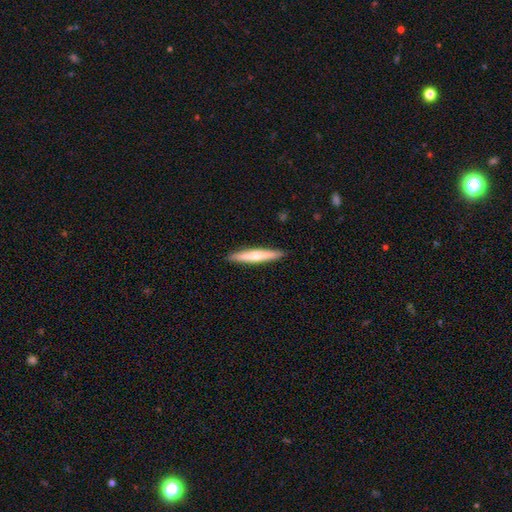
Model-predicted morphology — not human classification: This is possibly a smooth galaxy (51%). How rounded: clearly cigar-shaped (93%). Merging: clearly none (91%).